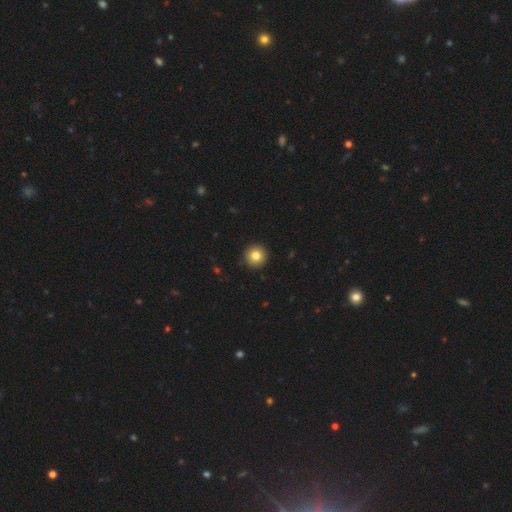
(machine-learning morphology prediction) smooth-or-featured: smooth: 82% | star or artifact: 10% | featured or disk: 8%
  how-rounded: round: 96% | in between: 3% | cigar-shaped: 1%
  merging: none: 93% | minor disturbance: 4% | major disturbance: 1% | merger: 1%